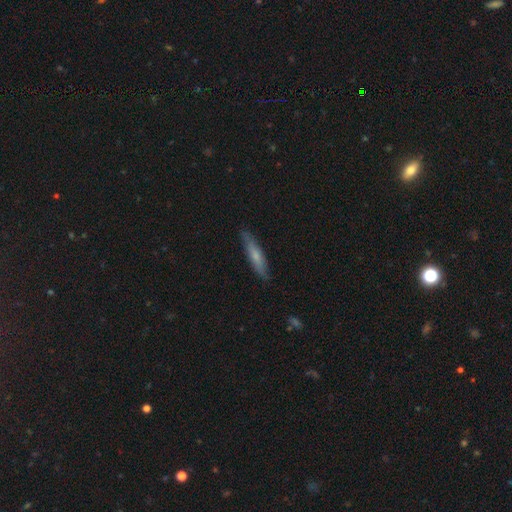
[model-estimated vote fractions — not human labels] smooth_or_featured: smooth (p=0.61) [alt: featured or disk p=0.33]
how_rounded: cigar-shaped (p=0.87) [alt: in between p=0.12]
merging: none (p=0.84) [alt: minor disturbance p=0.13]